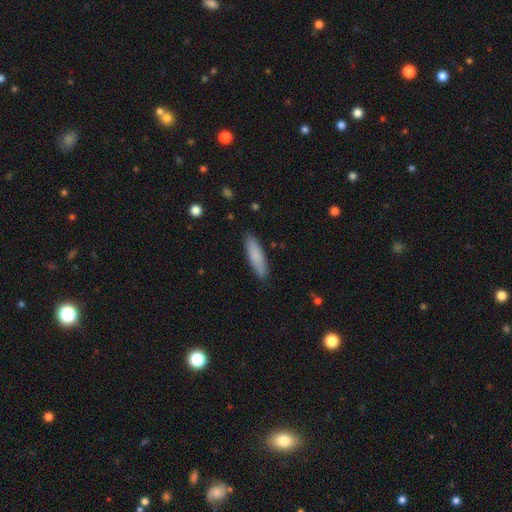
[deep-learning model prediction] smooth-or-featured: smooth: 83% | featured or disk: 11% | star or artifact: 6%
  how-rounded: cigar-shaped: 72% | in between: 27% | round: 1%
  merging: none: 87% | minor disturbance: 10% | major disturbance: 2% | merger: 1%